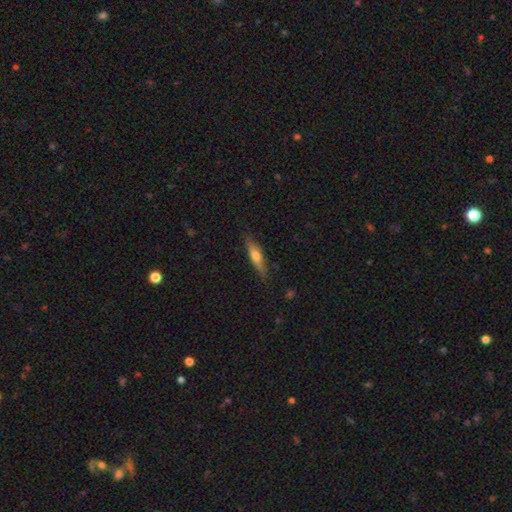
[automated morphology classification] Overall: smooth (48%; featured or disk 45%). Merging: none (85%).